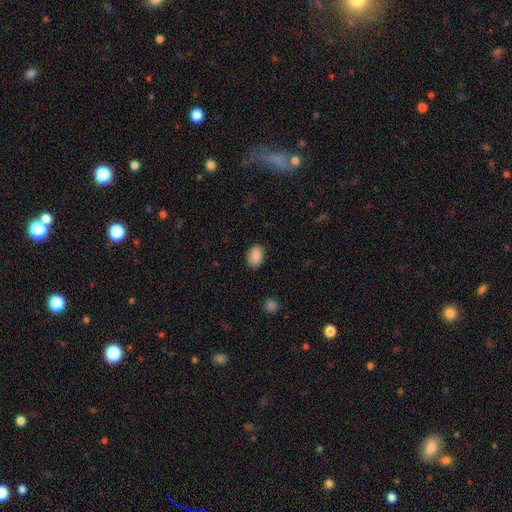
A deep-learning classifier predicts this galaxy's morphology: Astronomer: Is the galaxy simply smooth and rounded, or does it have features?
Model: smooth — 88%.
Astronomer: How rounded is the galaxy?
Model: in between — 83%.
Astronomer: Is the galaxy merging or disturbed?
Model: none — 86%.